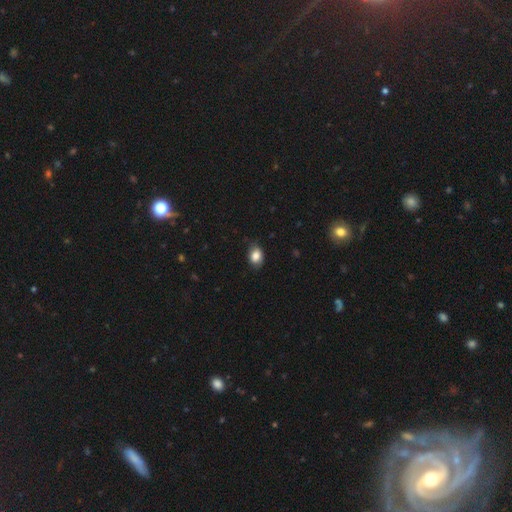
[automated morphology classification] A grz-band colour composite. It shows a smooth galaxy with no disk features (83%) that is in between round and cigar-shaped (72%). Merging: none (79%).